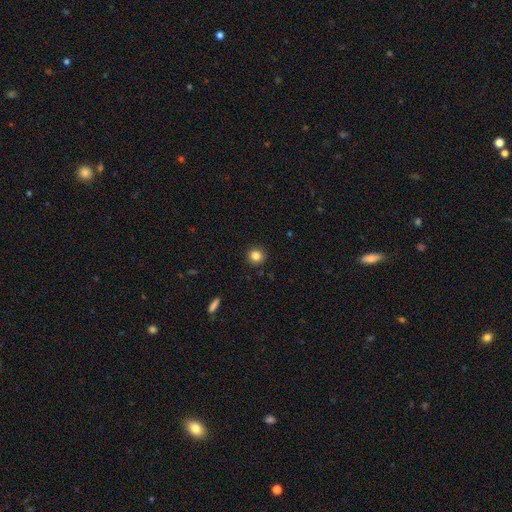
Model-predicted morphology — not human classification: smooth 83%, star or artifact 11%, featured or disk 5%. Down the decision tree: how rounded — round (92%); merging — none (91%).